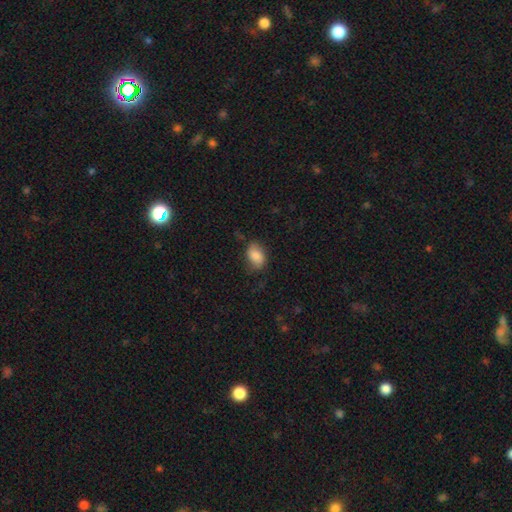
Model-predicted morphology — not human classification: Overall: smooth (83%). How rounded: in between (83%). Merging: none (66%).